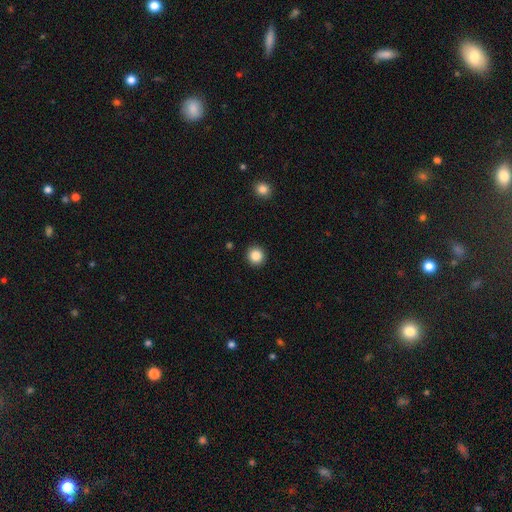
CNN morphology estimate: Smooth or featured? Predicted: smooth (p=0.87). How rounded? Predicted: round (p=0.93). Merging? Predicted: none (p=0.92).